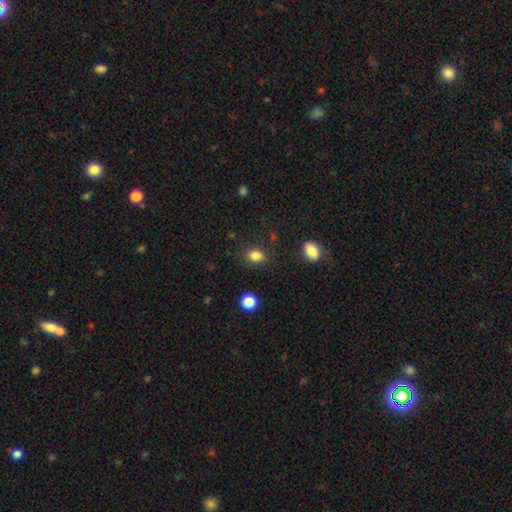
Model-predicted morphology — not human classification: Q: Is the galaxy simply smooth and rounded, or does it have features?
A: smooth — 85%.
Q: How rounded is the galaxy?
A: in between — 64%.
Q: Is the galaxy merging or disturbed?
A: none — 84%.